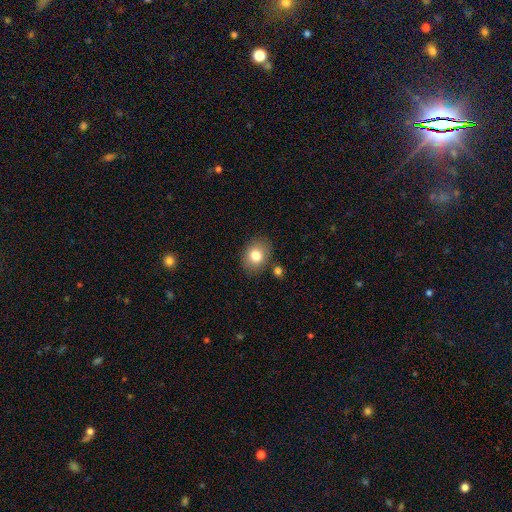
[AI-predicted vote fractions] Smooth or featured: smooth — 80% (featured or disk — 11%)
How rounded: in between — 57% (round — 42%)
Merging: none — 80% (minor disturbance — 12%)